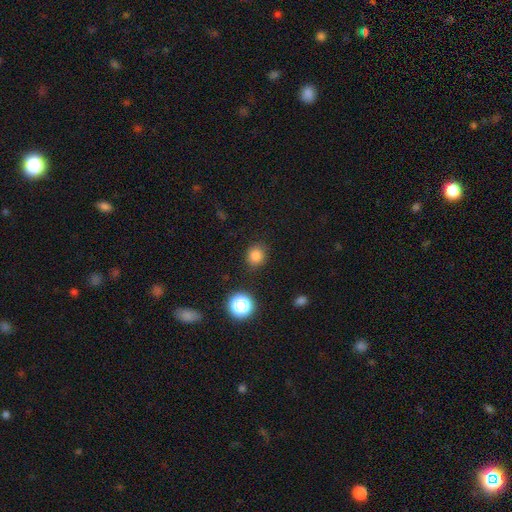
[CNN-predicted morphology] smooth_or_featured: smooth (p=0.80) [alt: star or artifact p=0.15]
how_rounded: round (p=0.80) [alt: in between p=0.19]
merging: none (p=0.85) [alt: minor disturbance p=0.09]